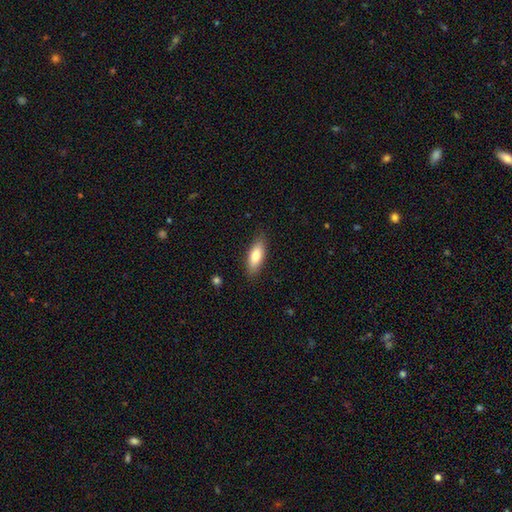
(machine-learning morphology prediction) The model was most divided on "how rounded": in between: 70%, cigar-shaped: 28%, round: 2%. More confident: merging — none (86%); smooth or featured — smooth (79%).